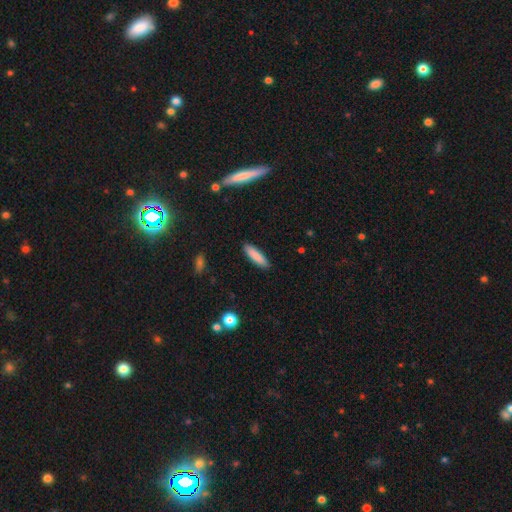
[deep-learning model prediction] A smooth galaxy with no disk features (85%) that is cigar-shaped (70%).

Vote fractions:
- Smooth or featured? smooth: 85% / featured or disk: 8% / star or artifact: 6%
- How rounded? cigar-shaped: 70% / in between: 29% / round: 1%
- Merging? none: 90% / minor disturbance: 8% / major disturbance: 2% / merger: 1%